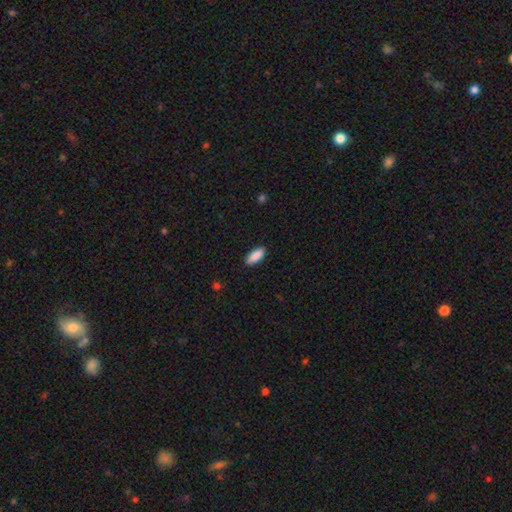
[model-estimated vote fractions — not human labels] Smooth or featured: smooth — 89% (star or artifact — 6%)
How rounded: in between — 76% (cigar-shaped — 23%)
Merging: none — 89% (minor disturbance — 8%)